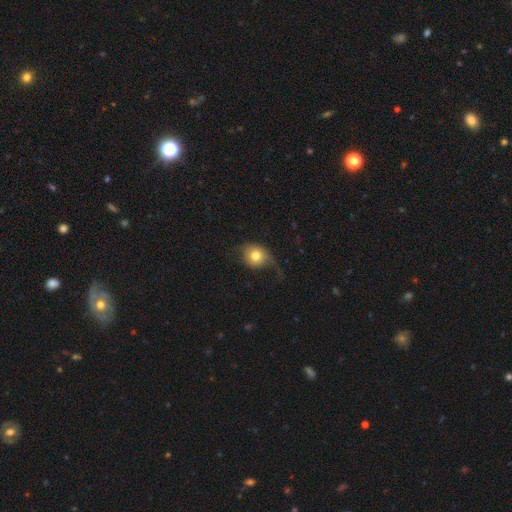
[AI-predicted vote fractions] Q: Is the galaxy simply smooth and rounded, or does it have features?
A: smooth — 70%.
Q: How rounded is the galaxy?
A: round — 68%.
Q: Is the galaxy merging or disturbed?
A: none — 38%.